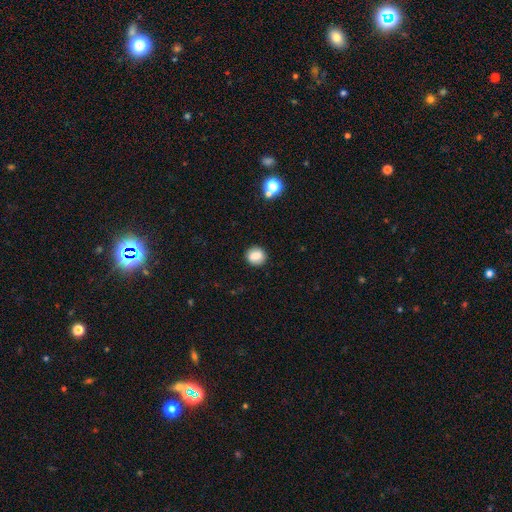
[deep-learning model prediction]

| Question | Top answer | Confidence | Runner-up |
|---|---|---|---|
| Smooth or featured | smooth | 80% | featured or disk (11%) |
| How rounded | round | 81% | in between (18%) |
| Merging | none | 88% | minor disturbance (8%) |